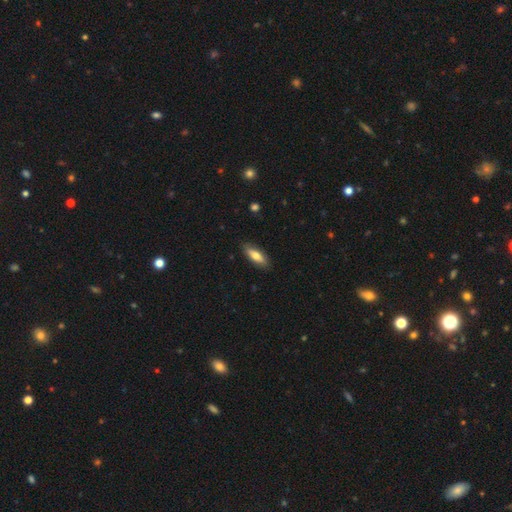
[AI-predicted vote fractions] This is likely a smooth galaxy (72%). How rounded: likely in between (66%). Merging: clearly none (85%).